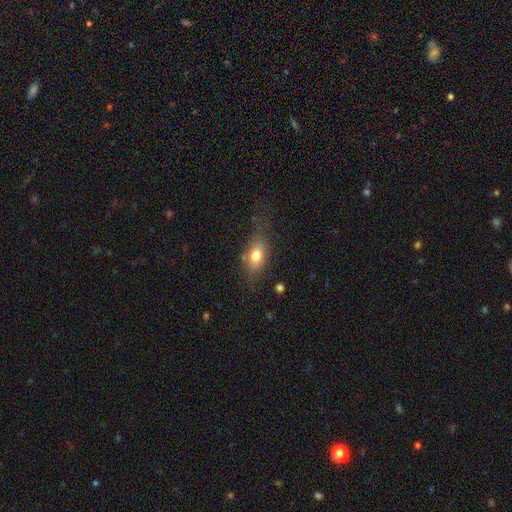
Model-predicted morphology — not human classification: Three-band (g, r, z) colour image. It shows a smooth galaxy with no disk features (73%) that is in between round and cigar-shaped (81%). Merging: none (63%).